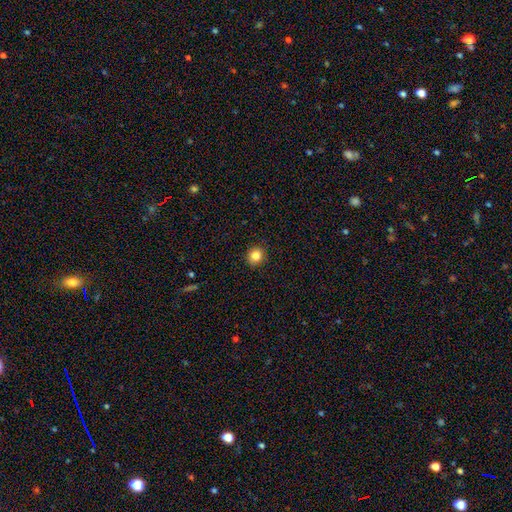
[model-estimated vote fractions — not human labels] Smooth or featured? Predicted: smooth (p=0.84). How rounded? Predicted: round (p=0.87). Merging? Predicted: none (p=0.91).